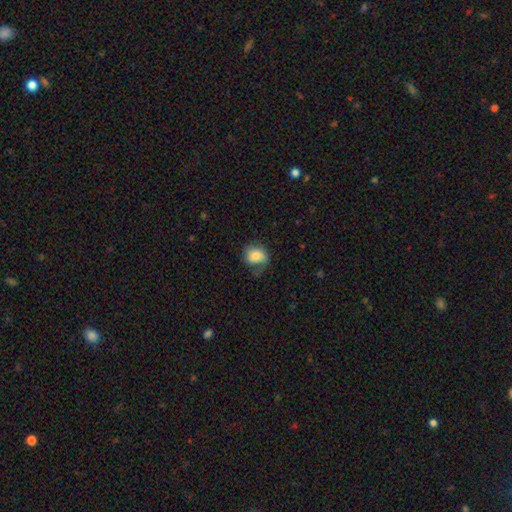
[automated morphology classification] Q: Smooth or featured?
A: smooth (78%); runner-up: featured or disk (13%)
Q: How rounded?
A: round (54%); runner-up: in between (45%)
Q: Merging?
A: none (51%); runner-up: minor disturbance (31%)